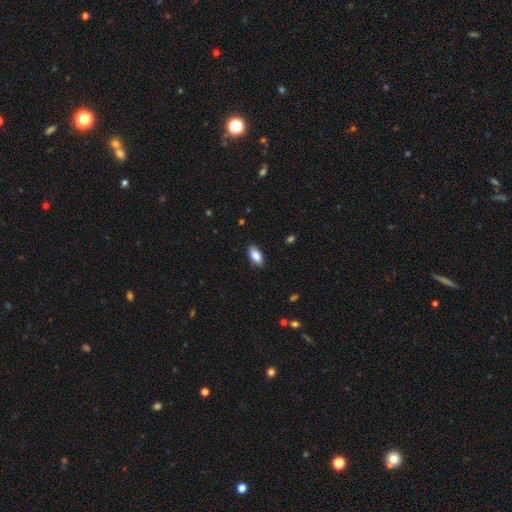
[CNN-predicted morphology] type=smooth (82%); roundness=in between (88%); merging=none (87%).